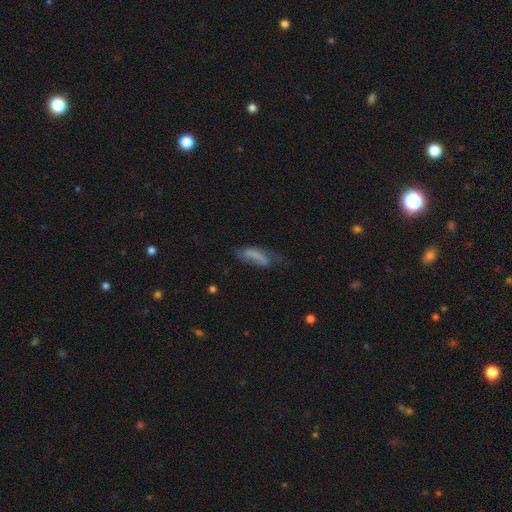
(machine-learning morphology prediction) This is possibly a smooth galaxy (58%). How rounded: possibly in between (58%). Merging: marginally none (39%).